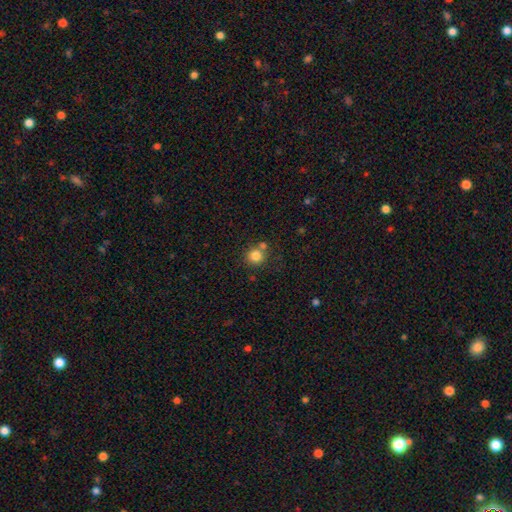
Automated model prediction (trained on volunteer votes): Q: Smooth or featured?
A: smooth (82%); runner-up: star or artifact (11%)
Q: How rounded?
A: round (91%); runner-up: in between (8%)
Q: Merging?
A: none (67%); runner-up: merger (22%)